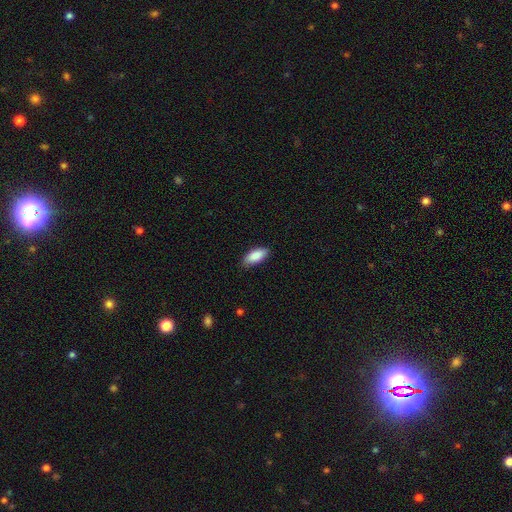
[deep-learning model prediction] Morphology: type=smooth (88%); roundness=in between (86%); merging=none (83%).